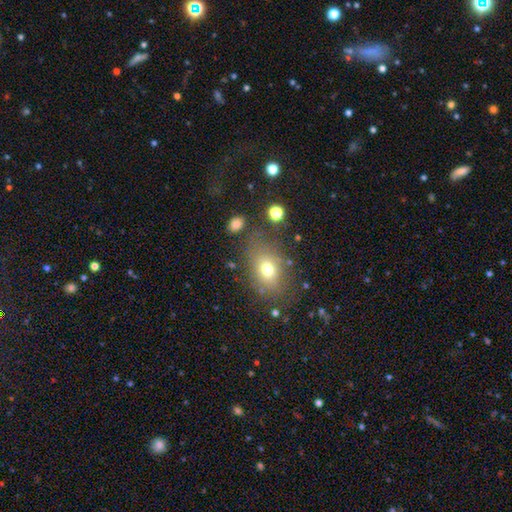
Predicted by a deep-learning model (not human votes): Smooth or featured?
  - smooth: 56% *
  - star or artifact: 29%
  - featured or disk: 15%
How rounded?
  - in between: 58% *
  - round: 40%
  - cigar-shaped: 2%
Merging?
  - none: 72% *
  - minor disturbance: 14%
  - merger: 7%
  - major disturbance: 7%